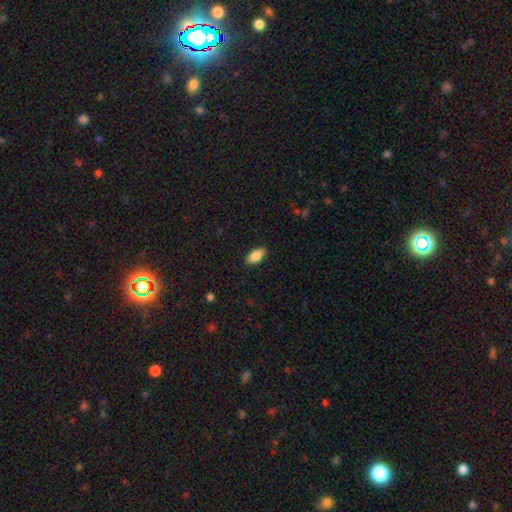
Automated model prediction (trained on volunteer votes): Overall: smooth (85%). How rounded: in between (92%). Merging: none (89%).